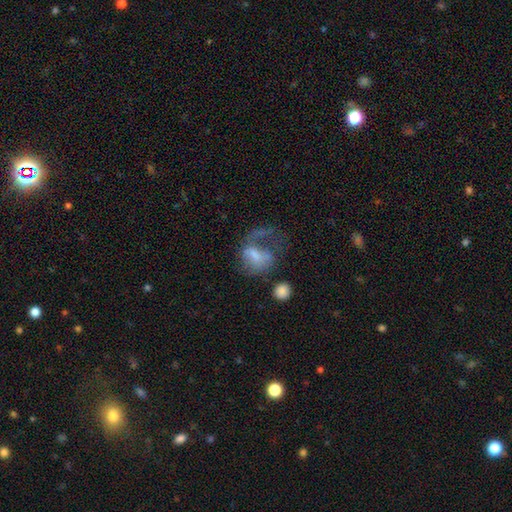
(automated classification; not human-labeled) Smooth or featured?
  - smooth: 48% *
  - featured or disk: 40%
  - star or artifact: 12%
Merging?
  - major disturbance: 56% *
  - none: 19%
  - minor disturbance: 14%
  - merger: 10%